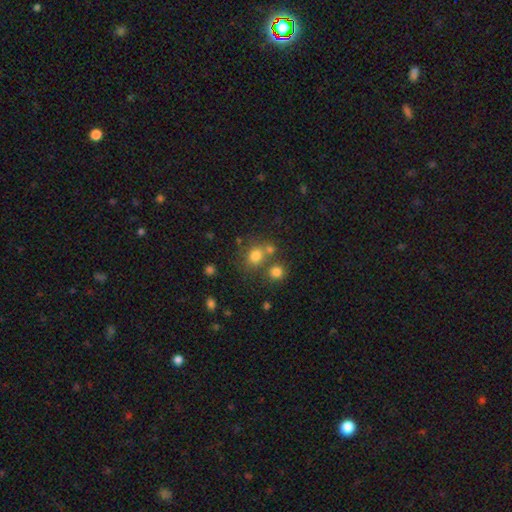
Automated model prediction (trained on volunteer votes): Morphology: type=smooth (75%); roundness=round (76%); merging=none (58%).